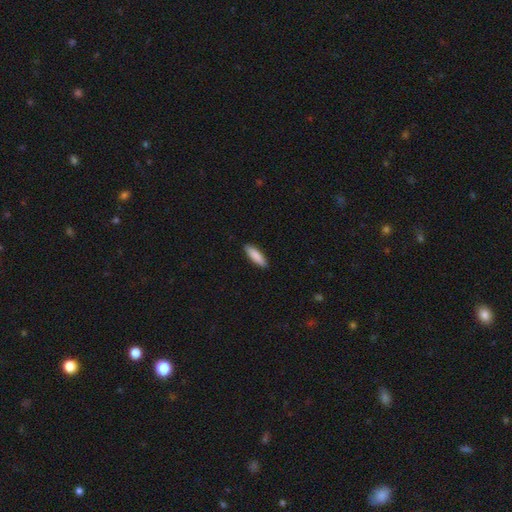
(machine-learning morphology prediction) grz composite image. It shows a smooth galaxy with no disk features (88%) that is cigar-shaped (56%). Merging: none (90%).